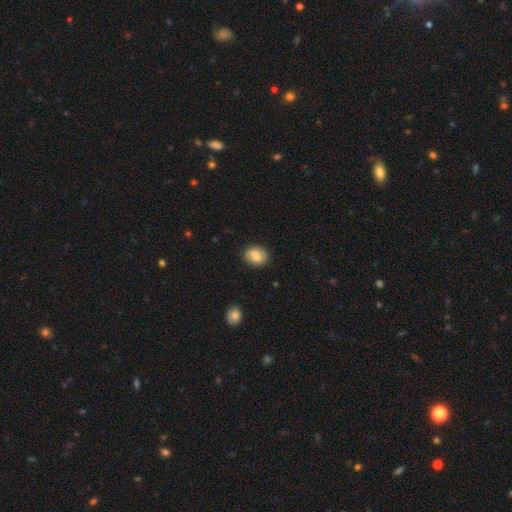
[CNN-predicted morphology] type=smooth (76%); roundness=in between (50%); merging=none (87%).